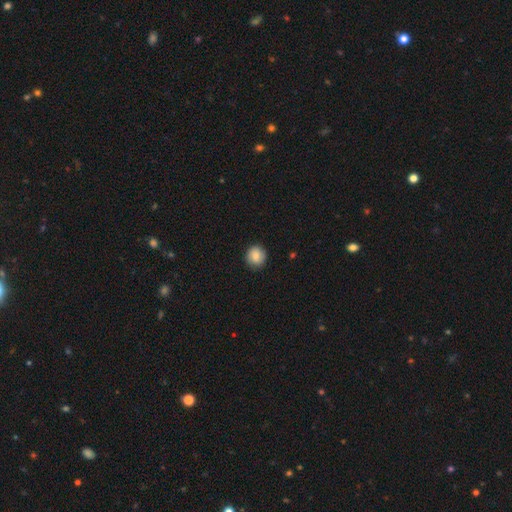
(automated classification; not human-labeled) Smooth or featured: smooth — 82% (featured or disk — 10%)
How rounded: round — 88% (in between — 11%)
Merging: none — 86% (minor disturbance — 10%)